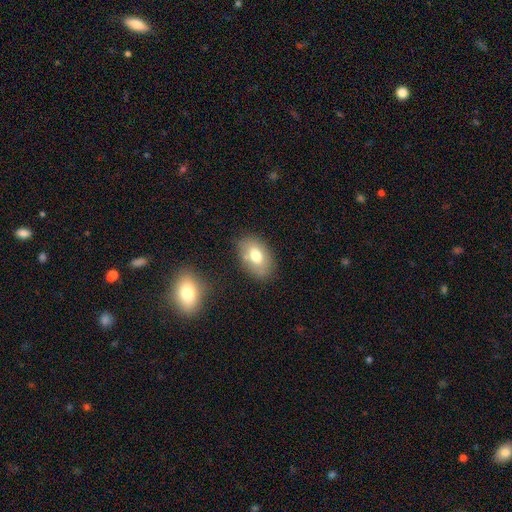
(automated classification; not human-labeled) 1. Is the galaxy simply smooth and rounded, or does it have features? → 72% smooth, 19% featured or disk, 9% star or artifact.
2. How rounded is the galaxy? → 87% in between, 11% round, 1% cigar-shaped.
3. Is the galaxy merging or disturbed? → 76% none, 15% minor disturbance, 5% merger, 4% major disturbance.